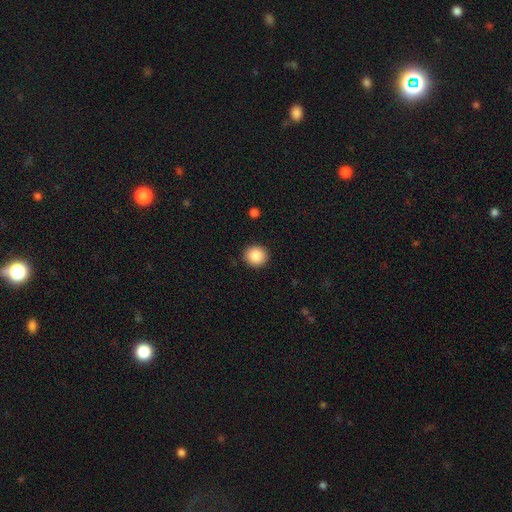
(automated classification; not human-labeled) smooth-or-featured: smooth: 87% | star or artifact: 9% | featured or disk: 5%
  how-rounded: round: 90% | in between: 9% | cigar-shaped: 1%
  merging: none: 91% | minor disturbance: 6% | major disturbance: 2% | merger: 1%